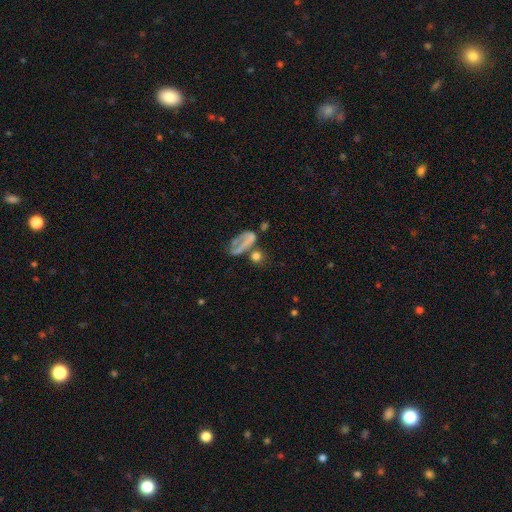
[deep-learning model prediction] Q: Smooth or featured?
A: smooth (51%); runner-up: featured or disk (28%)
Q: How rounded?
A: round (45%); runner-up: in between (44%)
Q: Merging?
A: none (38%); runner-up: merger (26%)